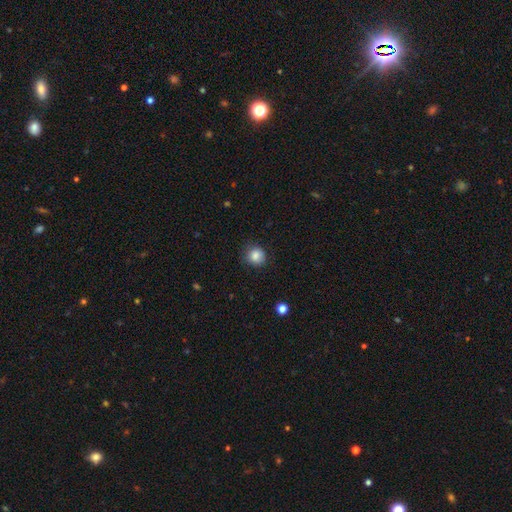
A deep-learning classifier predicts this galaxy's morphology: The model was most divided on "merging": none: 82%, minor disturbance: 14%, major disturbance: 3%, merger: 1%. More confident: how rounded — round (88%); smooth or featured — smooth (85%).